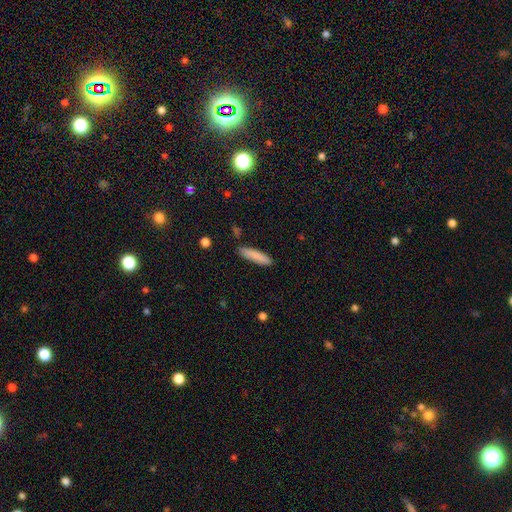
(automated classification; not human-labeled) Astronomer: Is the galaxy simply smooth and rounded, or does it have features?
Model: smooth — 86%.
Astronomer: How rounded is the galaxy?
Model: cigar-shaped — 82%.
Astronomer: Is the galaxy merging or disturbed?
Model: none — 86%.